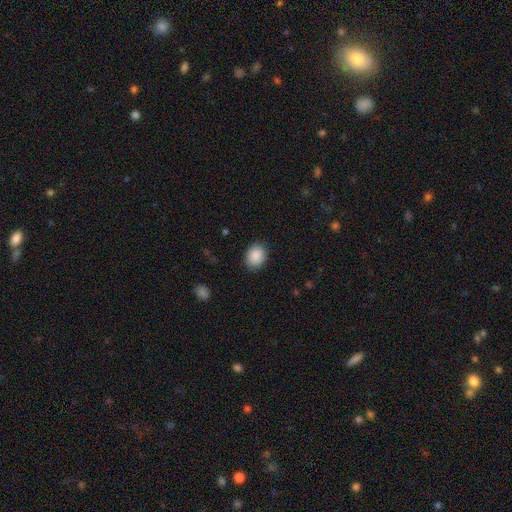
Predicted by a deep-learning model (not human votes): smooth 89%, star or artifact 7%, featured or disk 3%. Down the decision tree: how rounded — in between (53%); merging — none (86%).